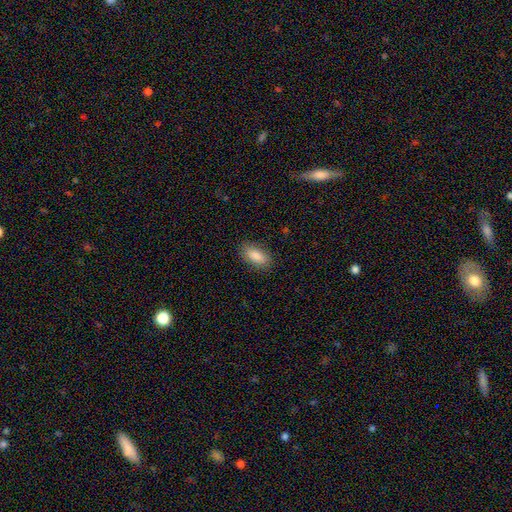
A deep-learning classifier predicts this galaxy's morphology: This is clearly a smooth galaxy (86%). How rounded: clearly in between (89%). Merging: clearly none (85%).